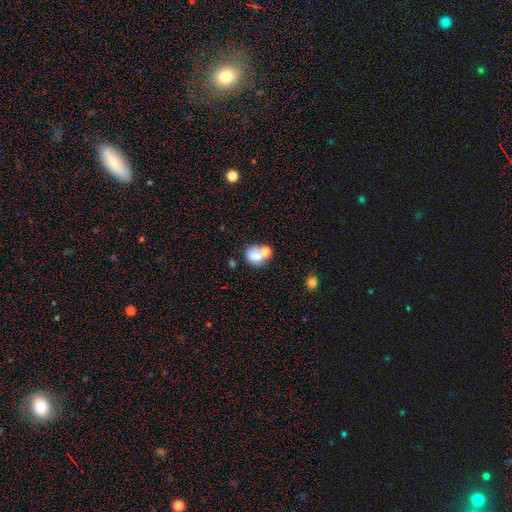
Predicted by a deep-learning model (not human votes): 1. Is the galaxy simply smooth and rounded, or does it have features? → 71% smooth, 17% featured or disk, 12% star or artifact.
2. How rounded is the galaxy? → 59% round, 40% in between, 1% cigar-shaped.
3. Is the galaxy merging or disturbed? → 44% merger, 37% none, 12% minor disturbance, 7% major disturbance.